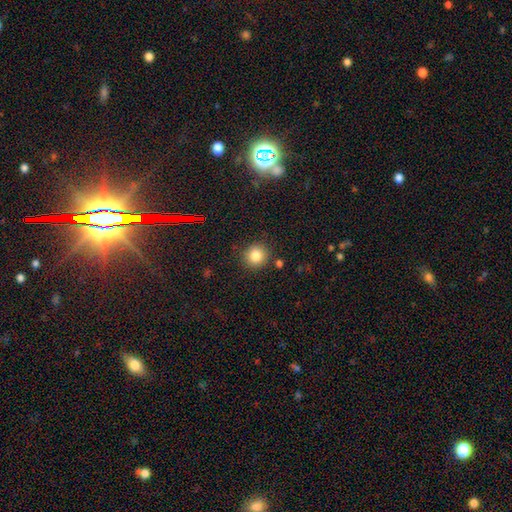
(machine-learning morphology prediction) This appears to be a smooth galaxy with no disk features (82%) that is round (92%). Merging: none (87%).